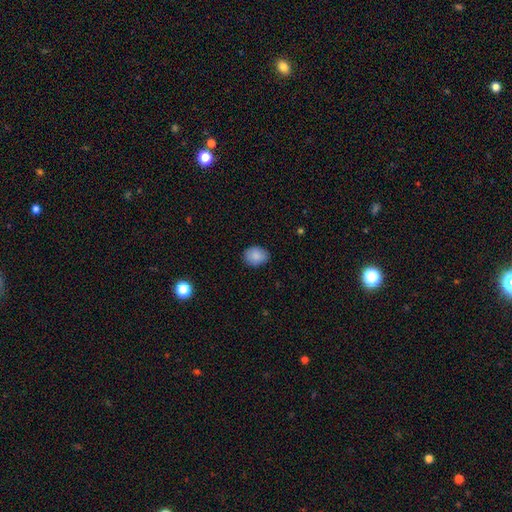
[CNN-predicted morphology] Smooth or featured? smooth (87%)
How rounded? in between (55%)
Merging? none (84%)